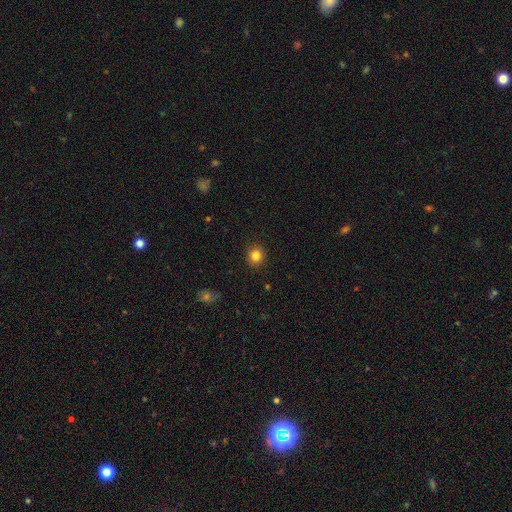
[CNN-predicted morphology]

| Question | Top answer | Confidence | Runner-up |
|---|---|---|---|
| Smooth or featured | smooth | 84% | star or artifact (11%) |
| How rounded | round | 84% | in between (15%) |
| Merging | none | 90% | minor disturbance (6%) |